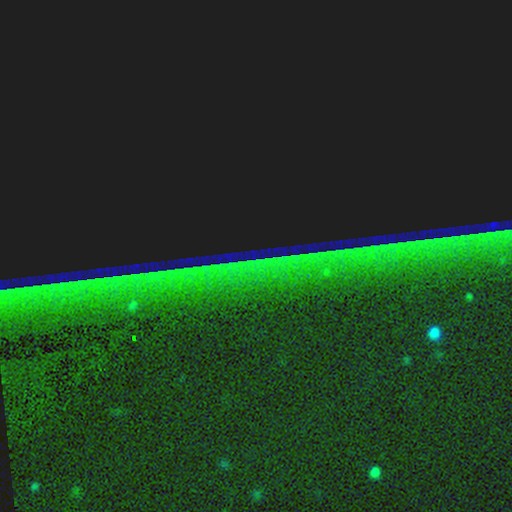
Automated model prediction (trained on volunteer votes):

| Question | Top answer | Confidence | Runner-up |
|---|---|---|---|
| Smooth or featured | star or artifact | 88% | featured or disk (6%) |